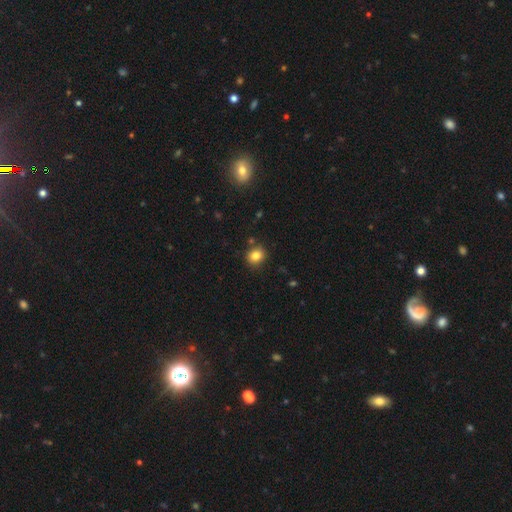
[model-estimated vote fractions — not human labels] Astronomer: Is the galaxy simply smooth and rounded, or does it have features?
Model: smooth — 82%.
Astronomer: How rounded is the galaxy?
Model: round — 76%.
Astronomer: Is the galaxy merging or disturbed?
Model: none — 84%.